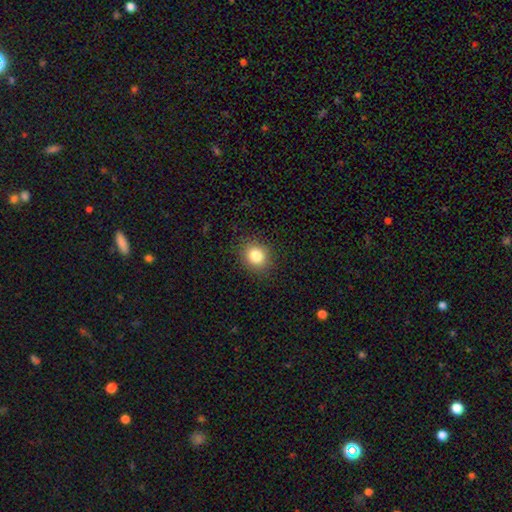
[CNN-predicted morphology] smooth_or_featured: smooth (p=0.83) [alt: star or artifact p=0.11]
how_rounded: round (p=0.72) [alt: in between p=0.27]
merging: none (p=0.88) [alt: minor disturbance p=0.08]